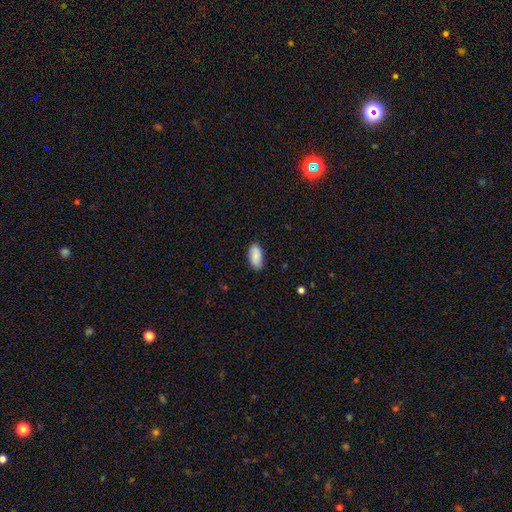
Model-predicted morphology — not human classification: Smooth or featured: smooth — 86% (featured or disk — 8%)
How rounded: in between — 93% (cigar-shaped — 5%)
Merging: none — 84% (minor disturbance — 13%)